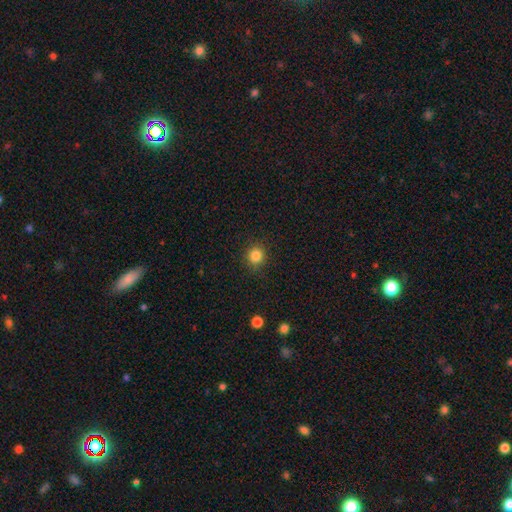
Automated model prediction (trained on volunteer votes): Overall: smooth (84%). How rounded: round (88%). Merging: none (90%).